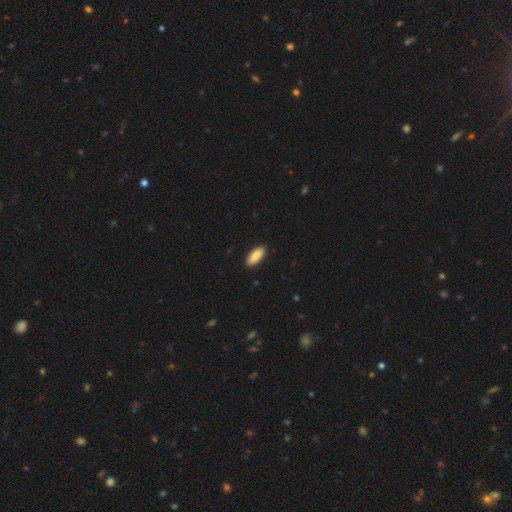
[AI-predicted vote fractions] Overall: smooth (88%). How rounded: in between (82%). Merging: none (90%).